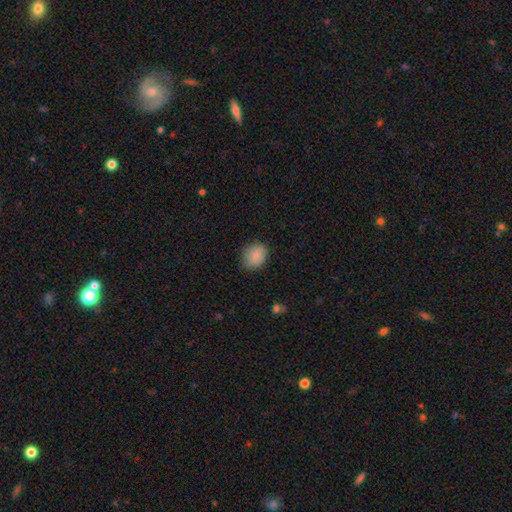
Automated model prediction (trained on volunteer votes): smooth_or_featured: smooth (p=0.85) [alt: star or artifact p=0.08]
how_rounded: round (p=0.55) [alt: in between p=0.44]
merging: none (p=0.80) [alt: minor disturbance p=0.16]